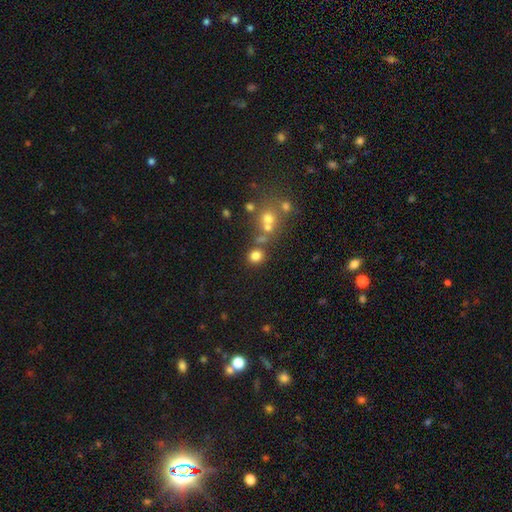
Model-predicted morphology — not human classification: This appears to be a smooth galaxy with no disk features (77%) that is round (86%). Merging: none (76%).